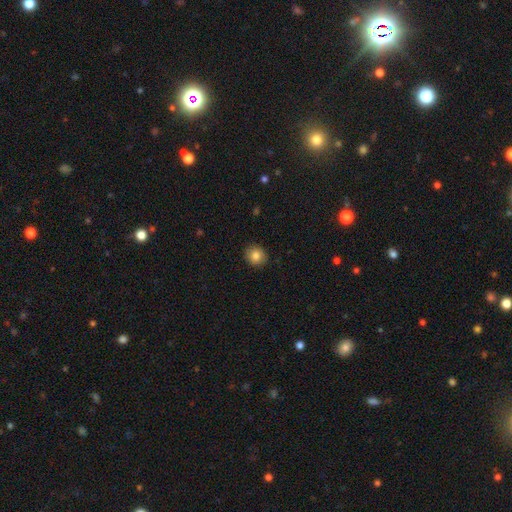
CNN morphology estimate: A smooth galaxy with no disk features (84%) that is round (83%).

Vote fractions:
- Smooth or featured? smooth: 84% / star or artifact: 9% / featured or disk: 7%
- How rounded? round: 83% / in between: 16% / cigar-shaped: 1%
- Merging? none: 91% / minor disturbance: 6% / major disturbance: 2% / merger: 1%